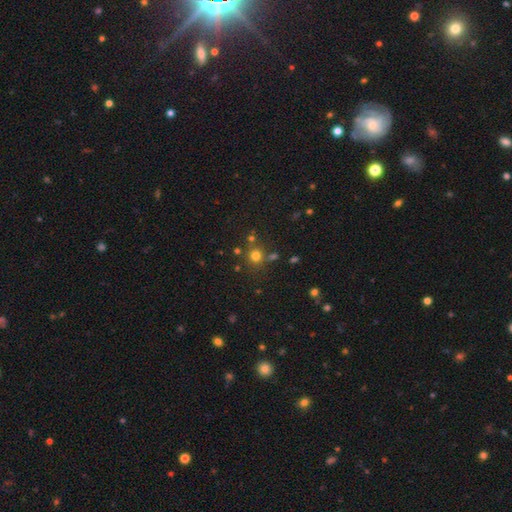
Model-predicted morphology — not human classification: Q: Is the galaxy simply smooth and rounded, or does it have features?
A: smooth — 72%.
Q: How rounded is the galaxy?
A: round — 90%.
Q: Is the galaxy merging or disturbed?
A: none — 75%.